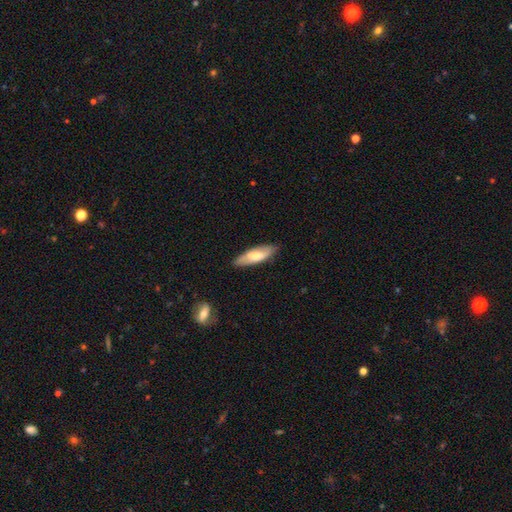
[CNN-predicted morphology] Q: Smooth or featured?
A: smooth (59%); runner-up: featured or disk (35%)
Q: How rounded?
A: in between (57%); runner-up: cigar-shaped (41%)
Q: Merging?
A: none (81%); runner-up: minor disturbance (15%)